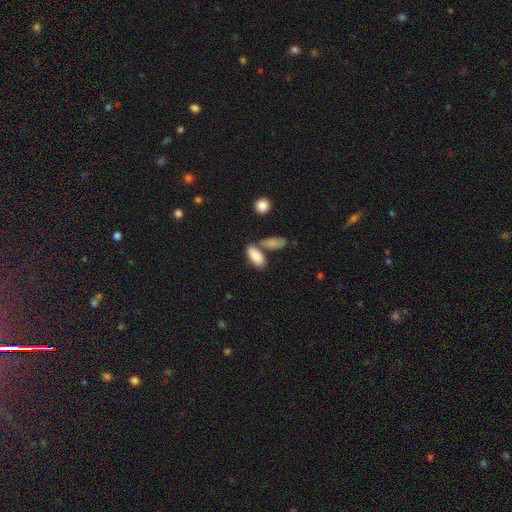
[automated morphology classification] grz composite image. It shows a smooth galaxy with no disk features (86%) that is in between round and cigar-shaped (84%). Merging: none (55%).